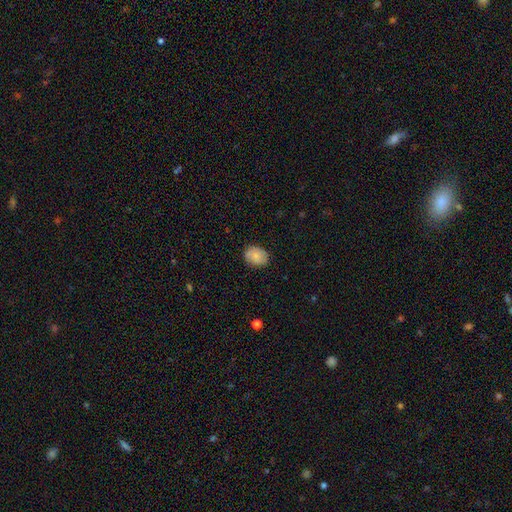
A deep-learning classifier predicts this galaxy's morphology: Smooth or featured? Predicted: smooth (p=0.79). How rounded? Predicted: in between (p=0.55). Merging? Predicted: none (p=0.79).